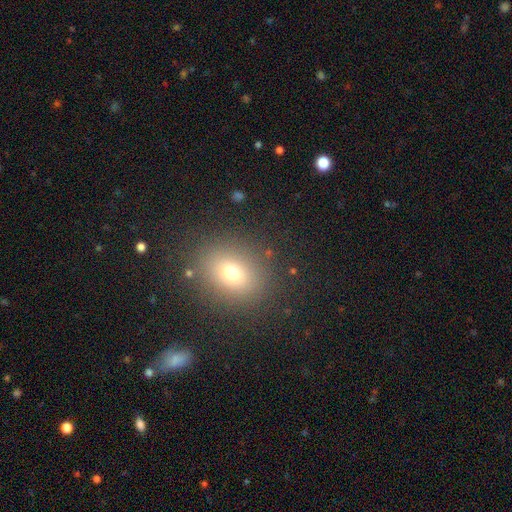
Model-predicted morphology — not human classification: Smooth or featured? smooth (66%)
How rounded? round (56%)
Merging? none (88%)